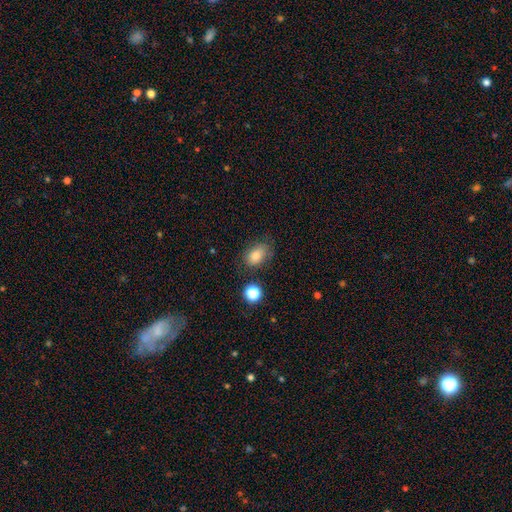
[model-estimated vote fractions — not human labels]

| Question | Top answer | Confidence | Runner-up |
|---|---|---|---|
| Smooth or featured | smooth | 81% | star or artifact (11%) |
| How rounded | in between | 79% | round (19%) |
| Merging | none | 69% | minor disturbance (20%) |